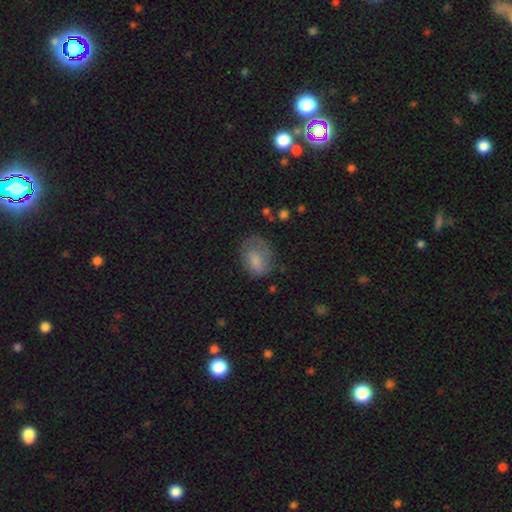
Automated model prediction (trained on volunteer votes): Q: Smooth or featured?
A: smooth (62%); runner-up: featured or disk (20%)
Q: How rounded?
A: in between (69%); runner-up: round (30%)
Q: Merging?
A: none (58%); runner-up: minor disturbance (26%)